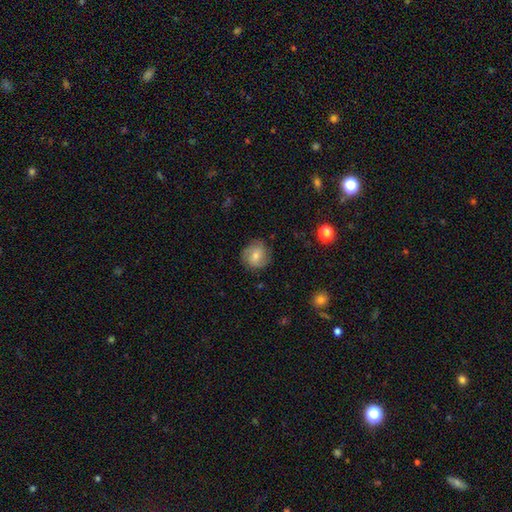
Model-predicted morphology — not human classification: Overall: smooth (61%; featured or disk 30%). How rounded: round (88%). Merging: none (79%).